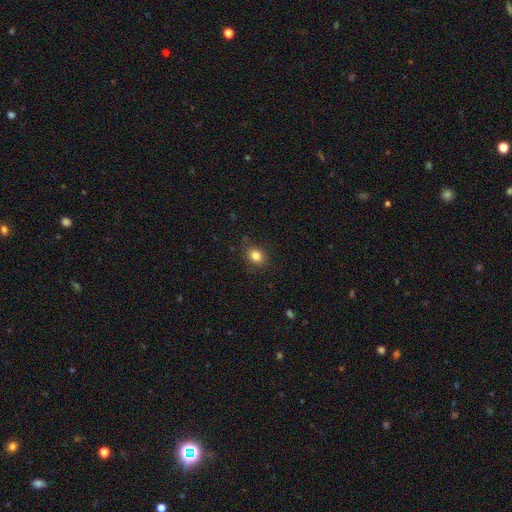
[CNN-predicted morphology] Overall: smooth (83%). How rounded: round (50%; in between 49%). Merging: none (82%).